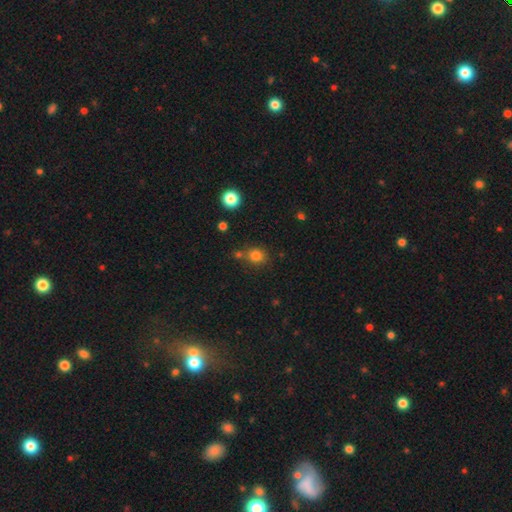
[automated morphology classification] A smooth galaxy with no disk features (80%) that is round (79%). Merging: none (68%).